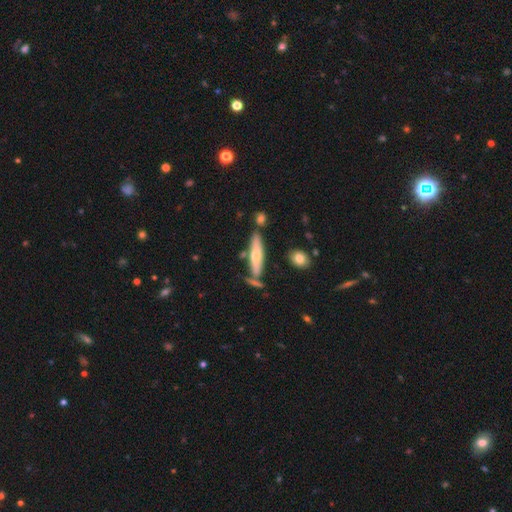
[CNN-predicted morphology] smooth 47%, featured or disk 46%, star or artifact 7%. Down the decision tree: merging — none (68%).